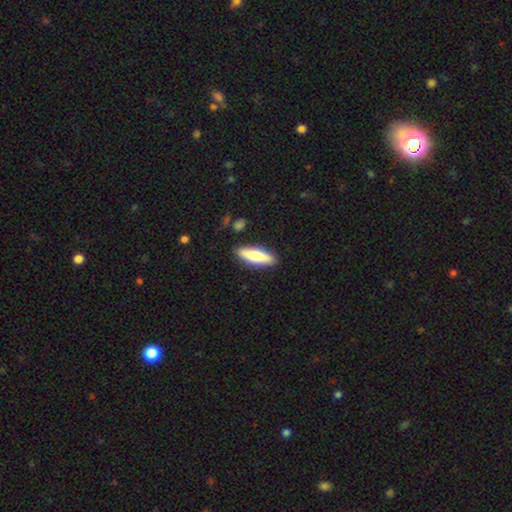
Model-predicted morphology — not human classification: smooth 72%, featured or disk 22%, star or artifact 5%. Down the decision tree: how rounded — cigar-shaped (58%); merging — none (87%).